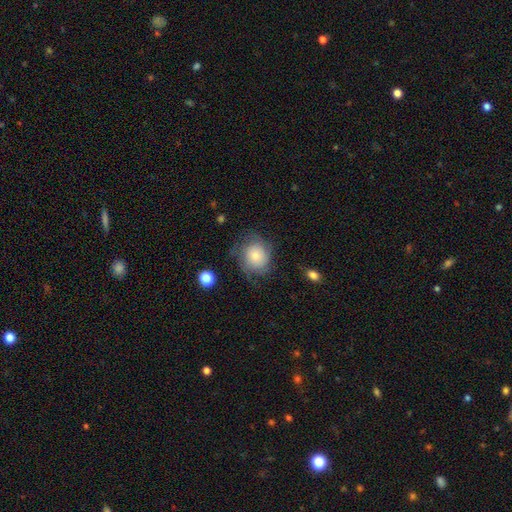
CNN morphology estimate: The model was most divided on "smooth or featured": smooth: 49%, featured or disk: 41%, star or artifact: 9%. More confident: merging — none (58%).